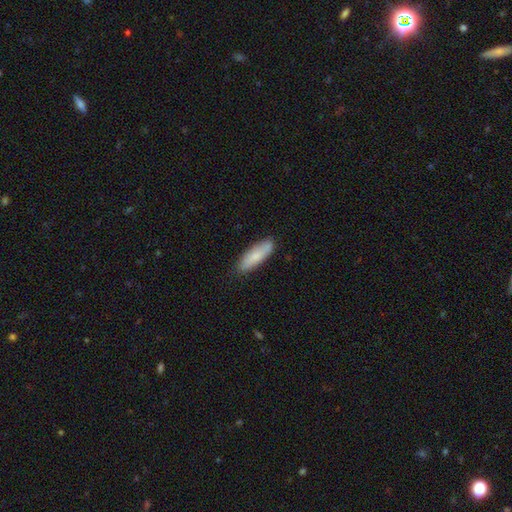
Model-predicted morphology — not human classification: type=smooth (78%); roundness=cigar-shaped (51%); merging=none (82%).